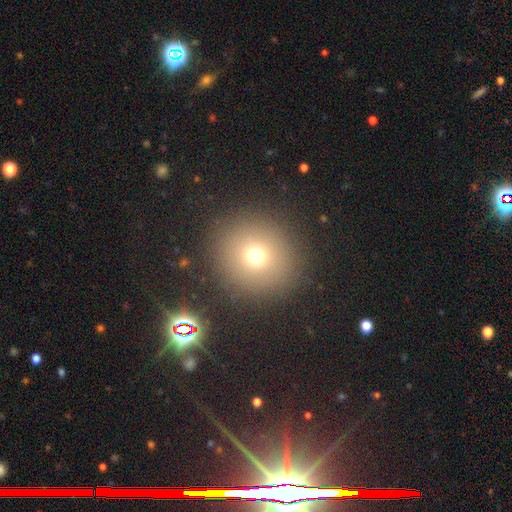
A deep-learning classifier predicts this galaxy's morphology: The model was most divided on "smooth or featured": smooth: 69%, star or artifact: 19%, featured or disk: 11%. More confident: how rounded — round (92%); merging — none (88%).